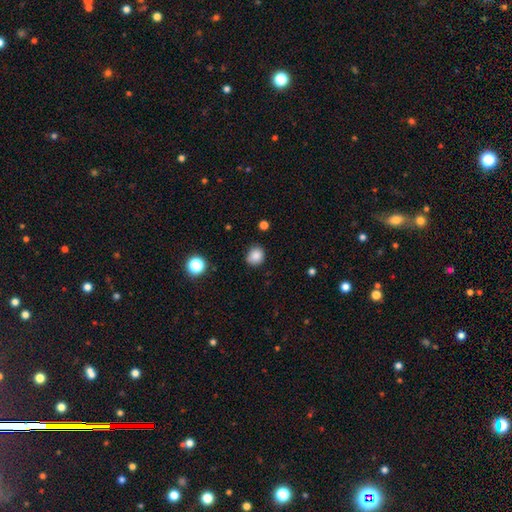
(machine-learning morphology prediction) Smooth or featured? smooth (84%)
How rounded? round (74%)
Merging? none (78%)